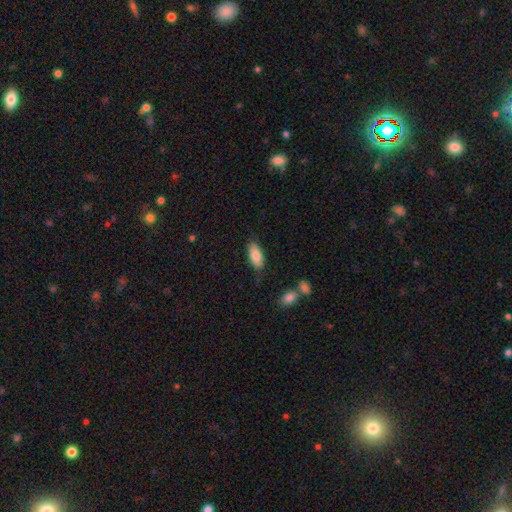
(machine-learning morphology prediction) Q: Smooth or featured?
A: smooth (83%); runner-up: featured or disk (11%)
Q: How rounded?
A: in between (85%); runner-up: cigar-shaped (13%)
Q: Merging?
A: none (80%); runner-up: minor disturbance (14%)